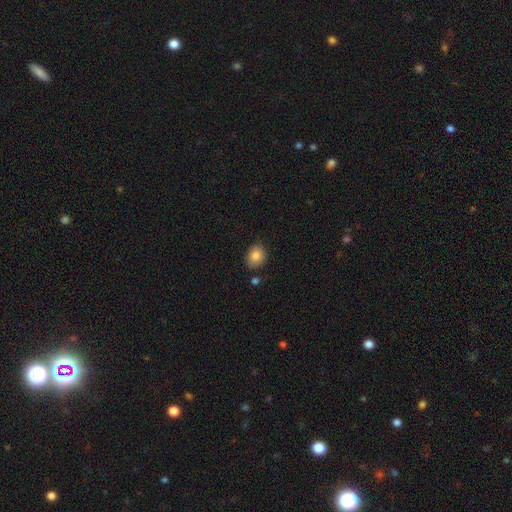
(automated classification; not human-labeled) smooth_or_featured: smooth (p=0.85) [alt: star or artifact p=0.09]
how_rounded: round (p=0.52) [alt: in between p=0.47]
merging: none (p=0.81) [alt: minor disturbance p=0.13]